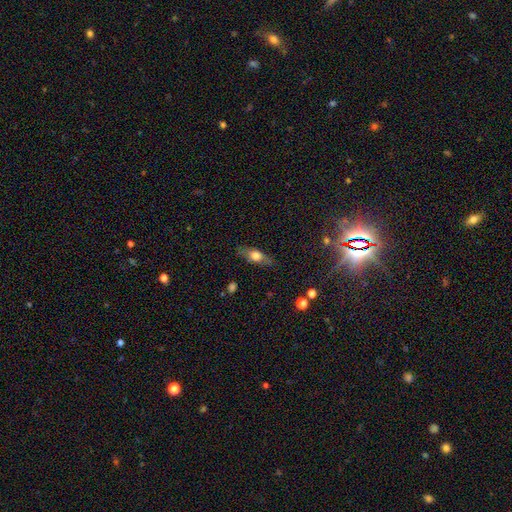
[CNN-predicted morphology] A smooth galaxy with no disk features (61%) that is in between round and cigar-shaped (66%).

Vote fractions:
- Smooth or featured? smooth: 61% / featured or disk: 32% / star or artifact: 8%
- How rounded? in between: 66% / cigar-shaped: 27% / round: 7%
- Merging? none: 80% / minor disturbance: 15% / major disturbance: 4% / merger: 1%